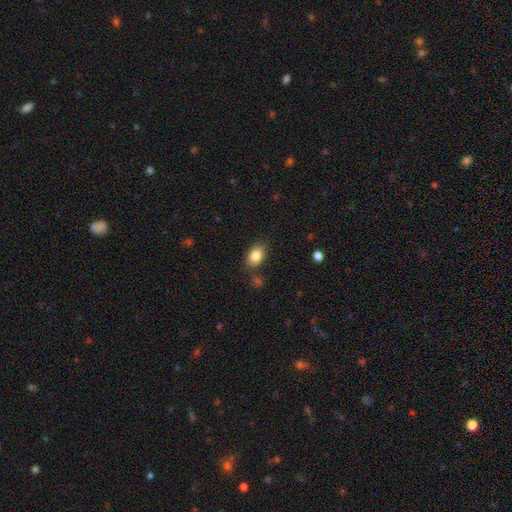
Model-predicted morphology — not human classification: This is clearly a smooth galaxy (84%). How rounded: clearly in between (84%). Merging: clearly none (81%).